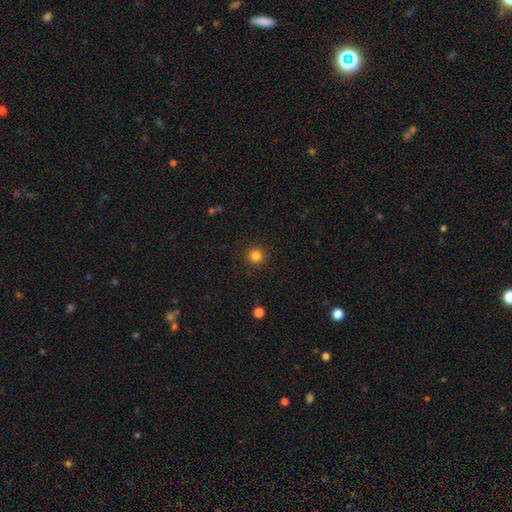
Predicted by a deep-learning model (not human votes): Morphology: type=smooth (83%); roundness=round (95%); merging=none (92%).